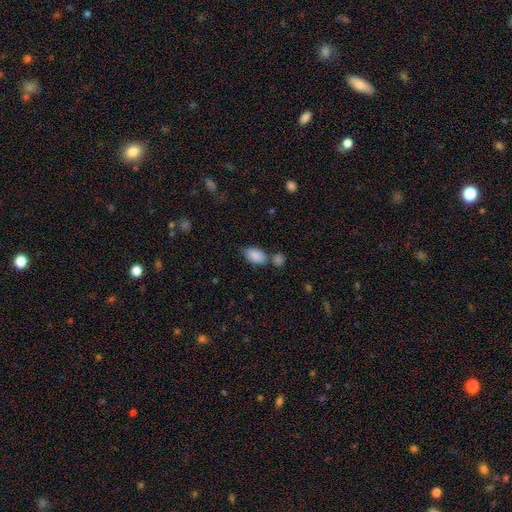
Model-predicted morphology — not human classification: Smooth or featured?
  - smooth: 86% *
  - star or artifact: 7%
  - featured or disk: 6%
How rounded?
  - in between: 91% *
  - round: 7%
  - cigar-shaped: 2%
Merging?
  - none: 52% *
  - merger: 23%
  - minor disturbance: 20%
  - major disturbance: 6%